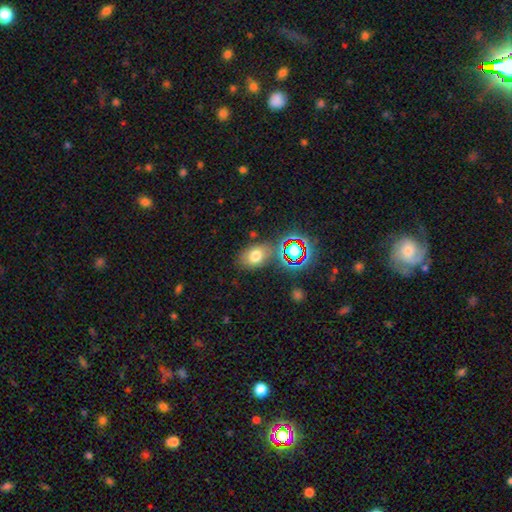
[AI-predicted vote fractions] Q: Smooth or featured?
A: smooth (68%); runner-up: star or artifact (19%)
Q: How rounded?
A: in between (77%); runner-up: round (22%)
Q: Merging?
A: none (69%); runner-up: minor disturbance (17%)